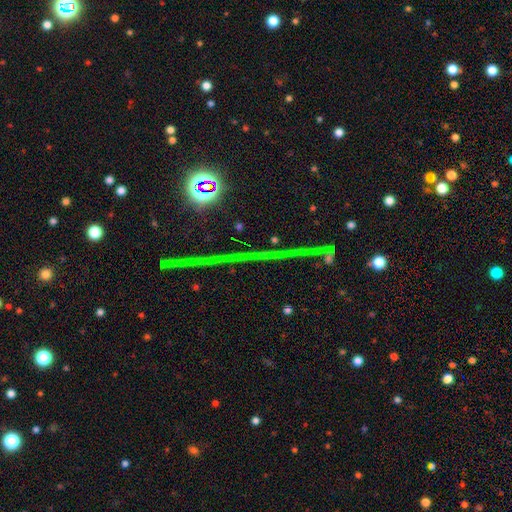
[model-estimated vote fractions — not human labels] star or artifact 77%, featured or disk 14%, smooth 9%.